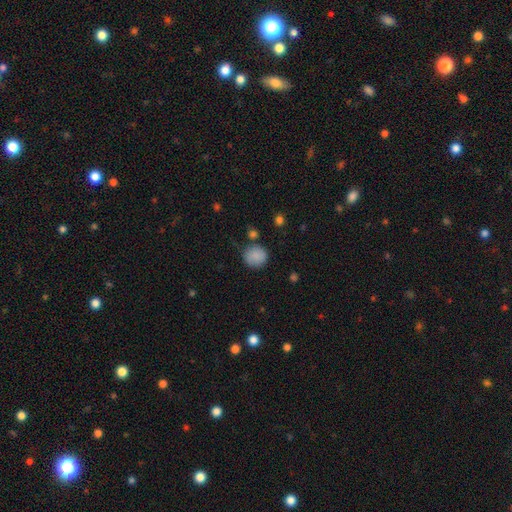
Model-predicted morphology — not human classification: Q: Smooth or featured?
A: smooth (85%); runner-up: star or artifact (8%)
Q: How rounded?
A: round (86%); runner-up: in between (13%)
Q: Merging?
A: none (74%); runner-up: minor disturbance (16%)